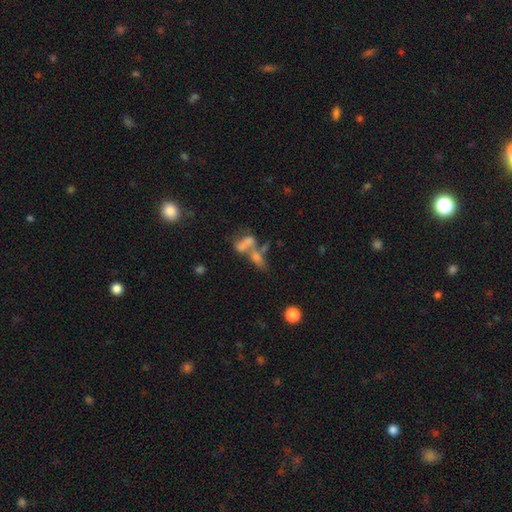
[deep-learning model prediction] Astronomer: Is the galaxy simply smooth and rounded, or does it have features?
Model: smooth — 42% (runner-up: featured or disk, 35%).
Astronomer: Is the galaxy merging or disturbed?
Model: merger — 56%.